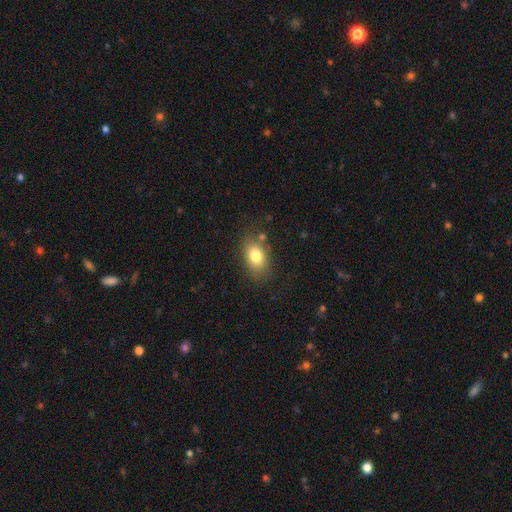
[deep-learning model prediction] This is likely a smooth galaxy (79%). How rounded: clearly in between (80%). Merging: likely none (73%).